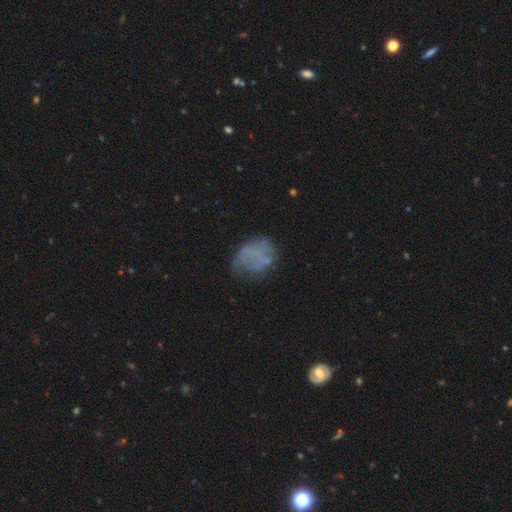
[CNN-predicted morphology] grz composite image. It shows a smooth galaxy with no disk features (46%). Merging: none (49%).